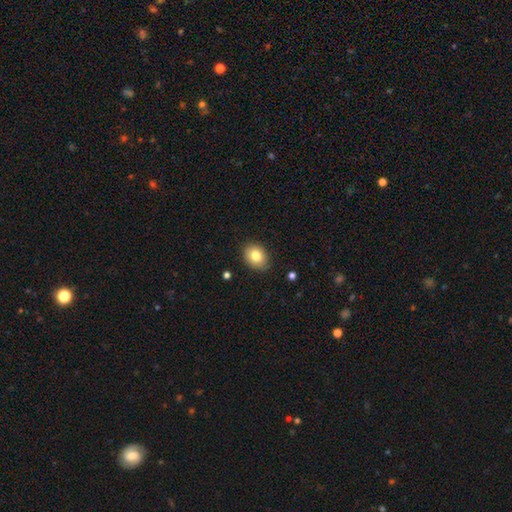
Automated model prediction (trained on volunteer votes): Smooth or featured: smooth — 81% (featured or disk — 10%)
How rounded: in between — 61% (round — 39%)
Merging: none — 84% (minor disturbance — 12%)